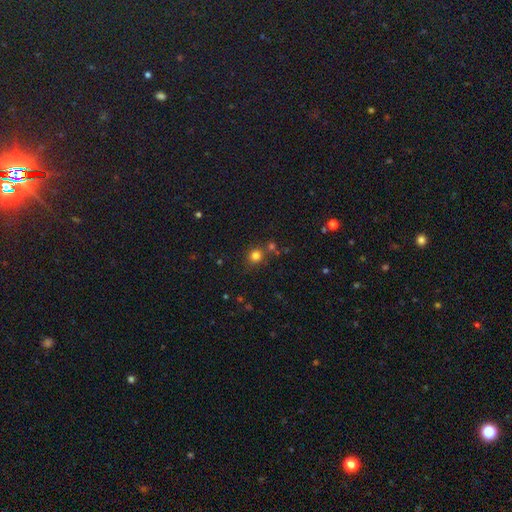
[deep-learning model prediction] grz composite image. It shows a smooth galaxy with no disk features (78%) that is round (86%). Merging: none (75%).